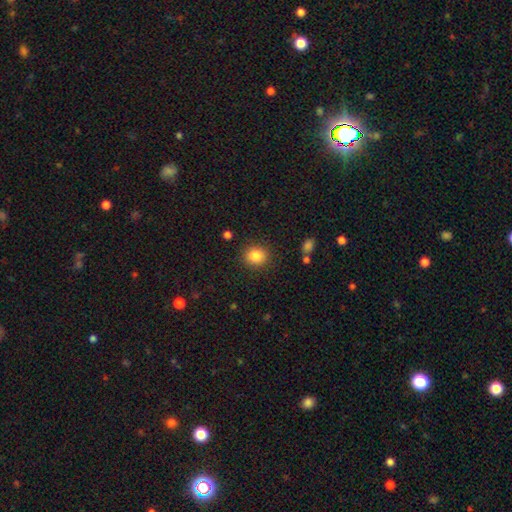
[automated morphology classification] smooth_or_featured: smooth (p=0.85) [alt: star or artifact p=0.10]
how_rounded: round (p=0.79) [alt: in between p=0.21]
merging: none (p=0.88) [alt: minor disturbance p=0.08]